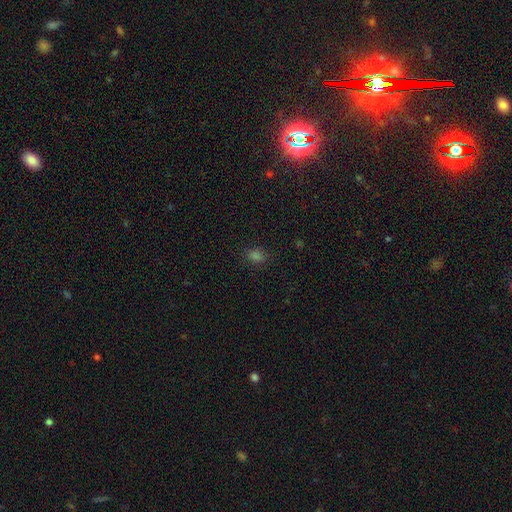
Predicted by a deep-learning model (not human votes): A smooth galaxy with no disk features (74%) that is in between round and cigar-shaped (66%).

Vote fractions:
- Smooth or featured? smooth: 74% / star or artifact: 21% / featured or disk: 4%
- How rounded? in between: 66% / round: 32% / cigar-shaped: 2%
- Merging? none: 85% / minor disturbance: 11% / major disturbance: 3% / merger: 1%